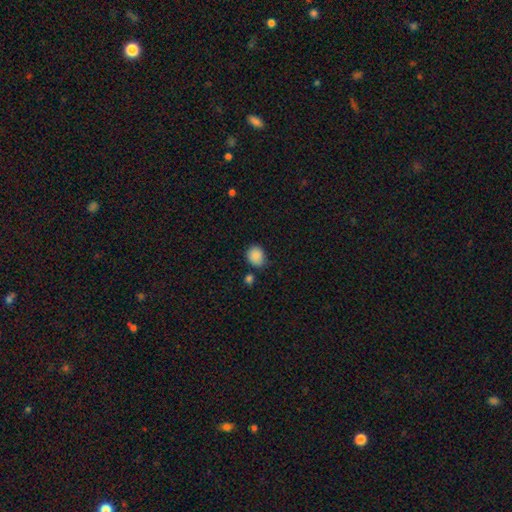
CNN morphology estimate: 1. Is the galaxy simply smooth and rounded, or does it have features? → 87% smooth, 9% star or artifact, 4% featured or disk.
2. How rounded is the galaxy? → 68% round, 31% in between, 1% cigar-shaped.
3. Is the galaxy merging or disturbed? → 73% none, 18% minor disturbance, 6% merger, 3% major disturbance.